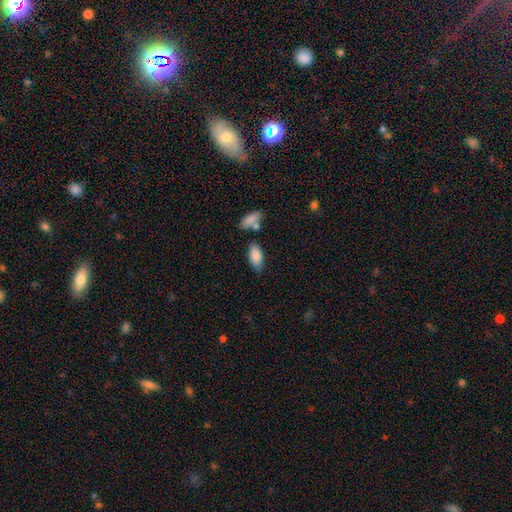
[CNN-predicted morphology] Q: Smooth or featured?
A: smooth (85%); runner-up: featured or disk (8%)
Q: How rounded?
A: in between (90%); runner-up: cigar-shaped (8%)
Q: Merging?
A: none (69%); runner-up: minor disturbance (17%)